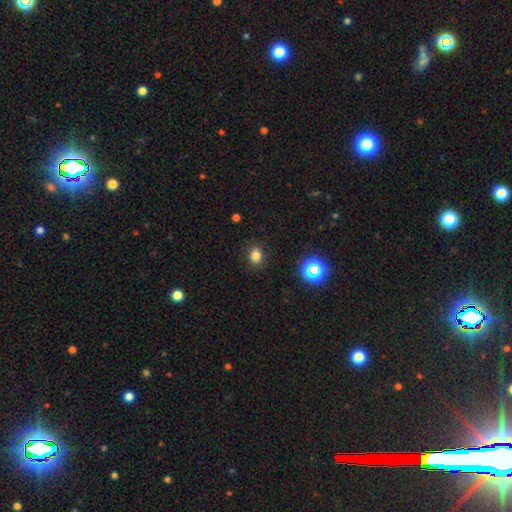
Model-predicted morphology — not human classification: smooth_or_featured: smooth (p=0.80) [alt: star or artifact p=0.15]
how_rounded: round (p=0.51) [alt: in between p=0.48]
merging: none (p=0.87) [alt: minor disturbance p=0.09]